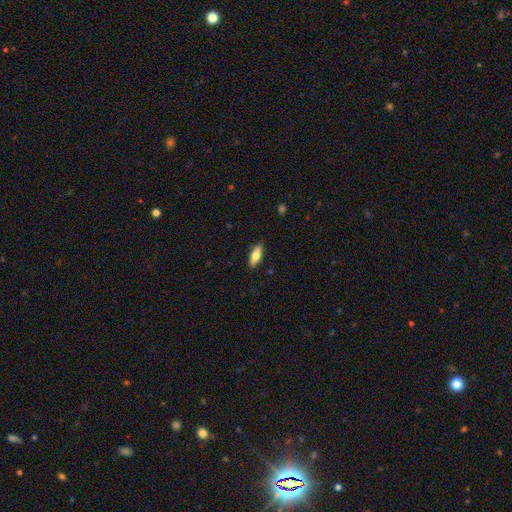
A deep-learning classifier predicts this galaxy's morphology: The model was most divided on "how rounded": in between: 69%, cigar-shaped: 29%, round: 2%. More confident: merging — none (86%); smooth or featured — smooth (73%).